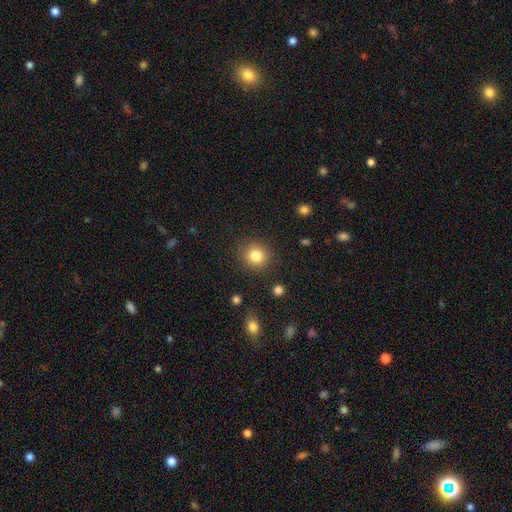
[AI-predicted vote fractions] Smooth or featured?
  - smooth: 82% *
  - star or artifact: 11%
  - featured or disk: 7%
How rounded?
  - round: 89% *
  - in between: 10%
  - cigar-shaped: 1%
Merging?
  - none: 88% *
  - minor disturbance: 7%
  - major disturbance: 3%
  - merger: 2%